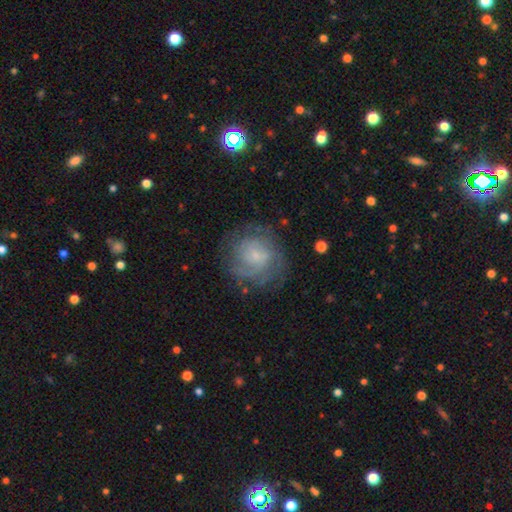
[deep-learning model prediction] smooth-or-featured: featured or disk: 61% | smooth: 30% | star or artifact: 9%
  disk-edge-on: no: 98% | yes: 2%
    bar: no: 67% | weak: 29% | strong: 4%
    has-spiral-arms: yes: 80% | no: 20%
    bulge-size: small: 67% | moderate: 17% | none: 12% | large: 2% | dominant: 1%
  merging: none: 70% | minor disturbance: 17% | major disturbance: 11% | merger: 2%